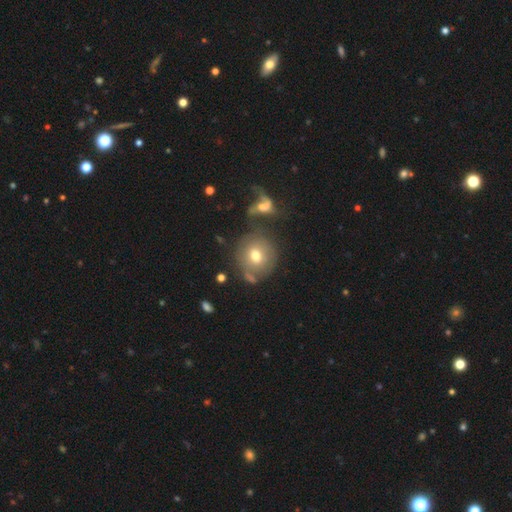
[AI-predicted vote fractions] This is likely a smooth galaxy (65%). How rounded: clearly round (87%). Merging: possibly none (58%).